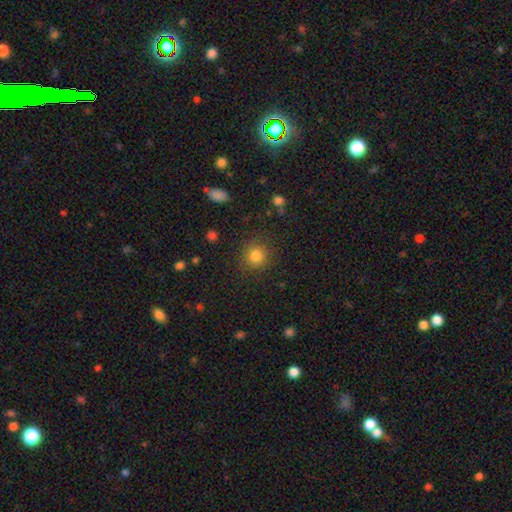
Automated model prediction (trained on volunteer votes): Smooth or featured? smooth (82%)
How rounded? round (90%)
Merging? none (87%)